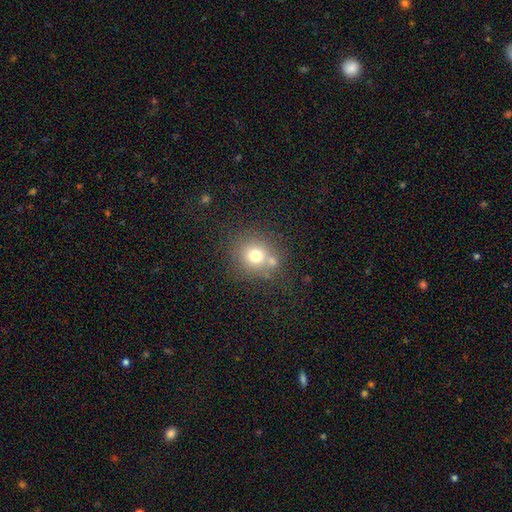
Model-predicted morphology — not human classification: This is likely a smooth galaxy (71%). How rounded: clearly round (84%). Merging: likely none (63%).